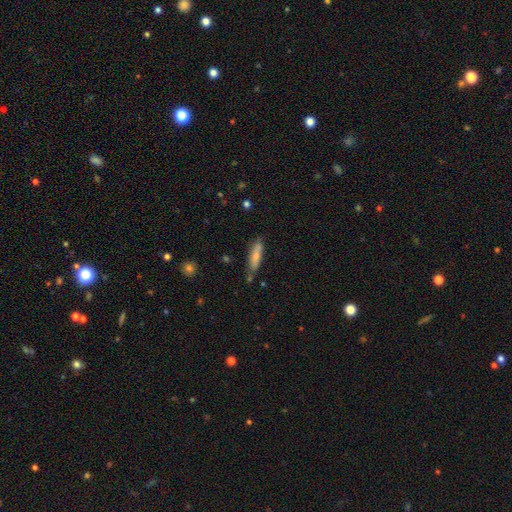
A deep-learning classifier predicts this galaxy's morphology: smooth_or_featured: smooth (p=0.73) [alt: featured or disk p=0.21]
how_rounded: cigar-shaped (p=0.73) [alt: in between p=0.26]
merging: none (p=0.68) [alt: minor disturbance p=0.21]